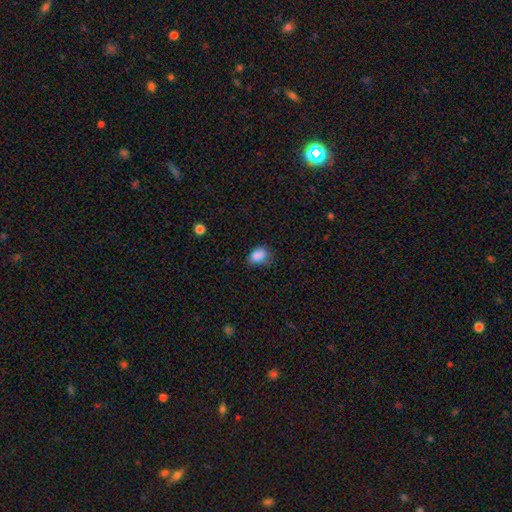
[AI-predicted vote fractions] Smooth or featured? Predicted: smooth (p=0.83). How rounded? Predicted: in between (p=0.73). Merging? Predicted: none (p=0.50).